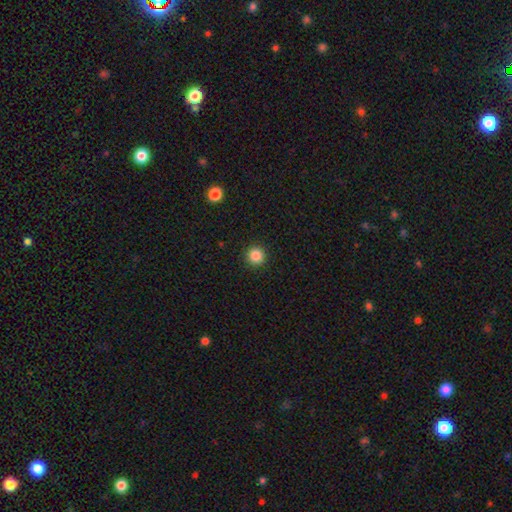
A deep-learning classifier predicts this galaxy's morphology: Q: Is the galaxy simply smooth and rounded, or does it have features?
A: smooth — 86%.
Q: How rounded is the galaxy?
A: round — 95%.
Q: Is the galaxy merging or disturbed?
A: none — 93%.